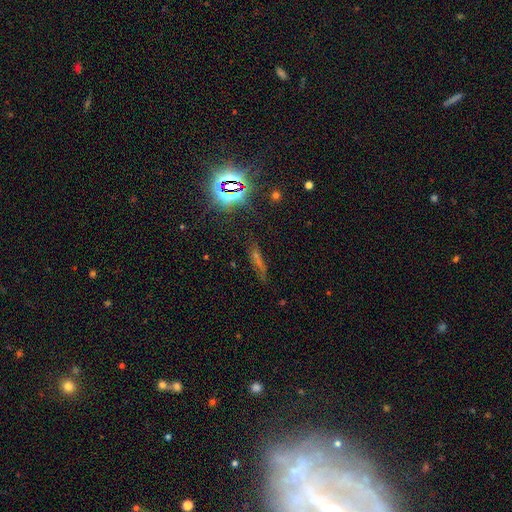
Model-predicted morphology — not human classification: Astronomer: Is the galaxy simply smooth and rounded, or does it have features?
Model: star or artifact — 44% (runner-up: smooth, 33%).